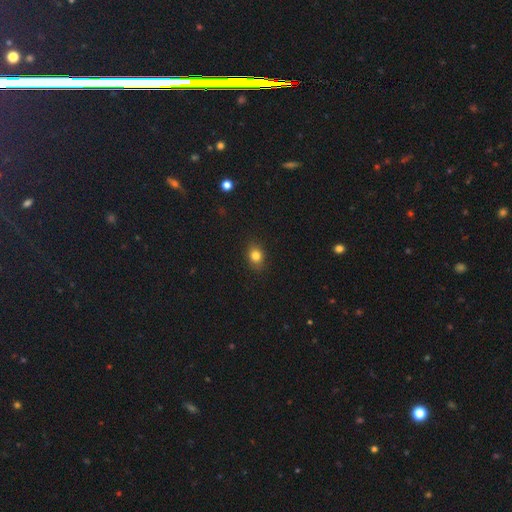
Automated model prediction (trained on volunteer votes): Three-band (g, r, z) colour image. It shows a smooth galaxy with no disk features (82%) that is in between round and cigar-shaped (55%). Merging: none (87%).